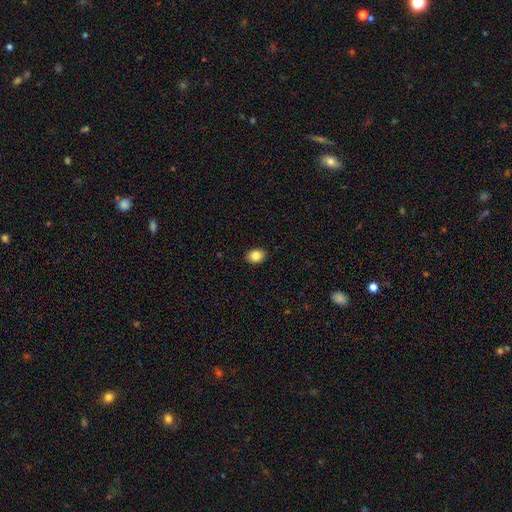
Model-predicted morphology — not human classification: Overall: smooth (85%). How rounded: in between (64%; round 35%). Merging: none (89%).